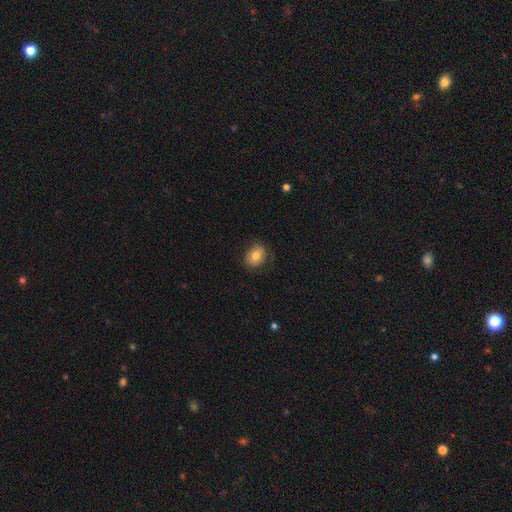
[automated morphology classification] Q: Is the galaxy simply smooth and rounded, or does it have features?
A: smooth — 76%.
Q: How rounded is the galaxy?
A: in between — 52%.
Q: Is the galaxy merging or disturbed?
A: none — 80%.